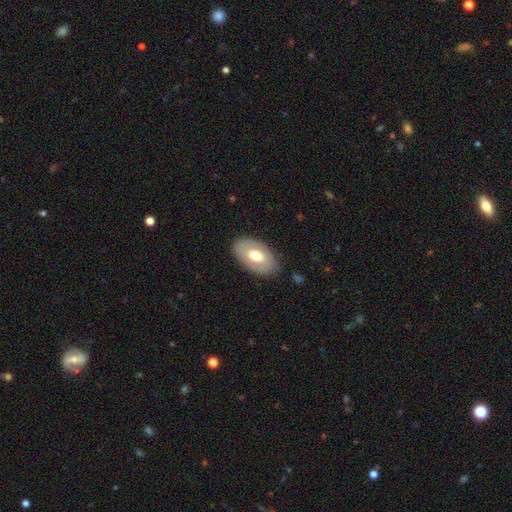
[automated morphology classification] Smooth or featured: smooth — 57% (featured or disk — 37%)
How rounded: in between — 91% (round — 8%)
Merging: none — 82% (minor disturbance — 13%)